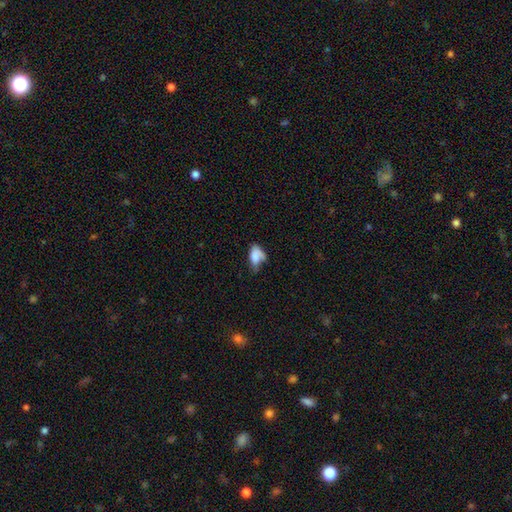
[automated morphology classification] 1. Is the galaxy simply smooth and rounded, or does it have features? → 68% smooth, 23% featured or disk, 9% star or artifact.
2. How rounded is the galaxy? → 88% in between, 7% round, 5% cigar-shaped.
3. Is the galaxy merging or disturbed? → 30% major disturbance, 28% minor disturbance, 28% none, 14% merger.